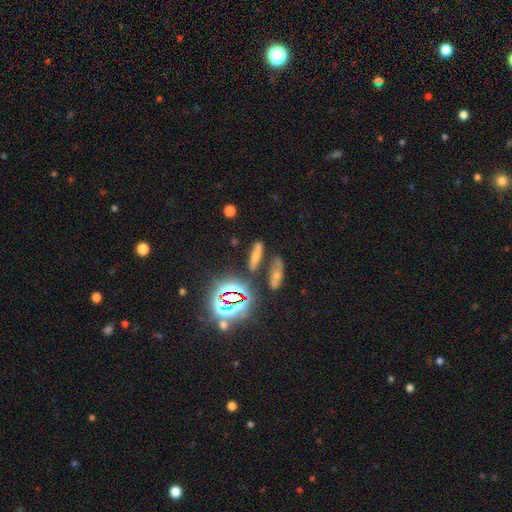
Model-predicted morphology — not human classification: A smooth galaxy with no disk features (52%) that is cigar-shaped (59%).

Vote fractions:
- Smooth or featured? smooth: 52% / star or artifact: 27% / featured or disk: 21%
- How rounded? cigar-shaped: 59% / in between: 32% / round: 9%
- Merging? none: 67% / merger: 14% / minor disturbance: 13% / major disturbance: 6%